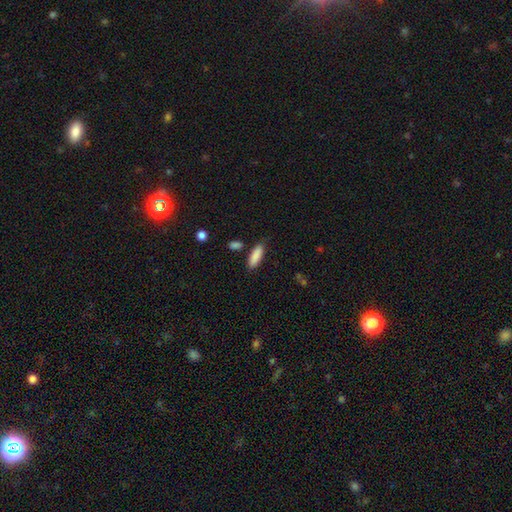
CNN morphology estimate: Smooth or featured: smooth — 88% (star or artifact — 6%)
How rounded: in between — 53% (cigar-shaped — 45%)
Merging: none — 82% (minor disturbance — 12%)